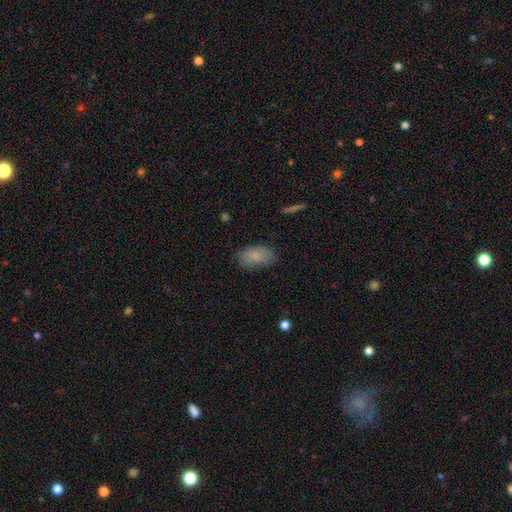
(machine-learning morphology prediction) smooth 82%, featured or disk 11%, star or artifact 7%. Down the decision tree: how rounded — in between (93%); merging — none (79%).